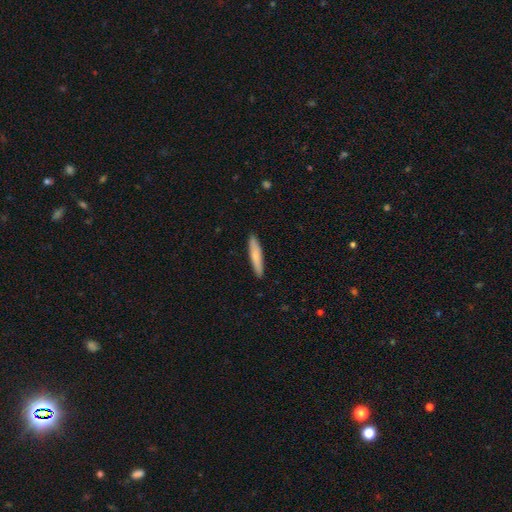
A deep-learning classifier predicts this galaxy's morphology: smooth_or_featured: smooth (p=0.77) [alt: featured or disk p=0.17]
how_rounded: cigar-shaped (p=0.90) [alt: in between p=0.09]
merging: none (p=0.90) [alt: minor disturbance p=0.07]